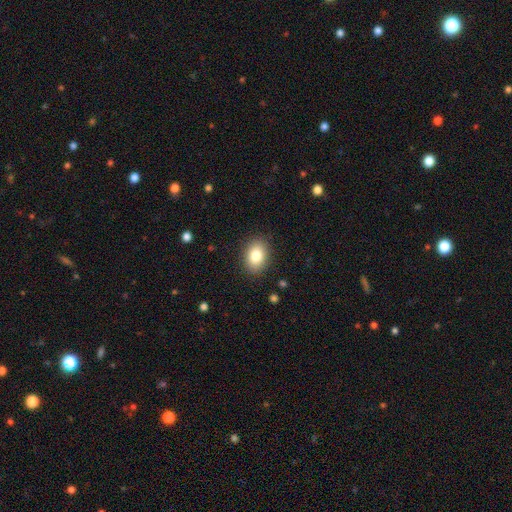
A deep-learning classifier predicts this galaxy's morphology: Smooth or featured? smooth (83%)
How rounded? in between (76%)
Merging? none (88%)